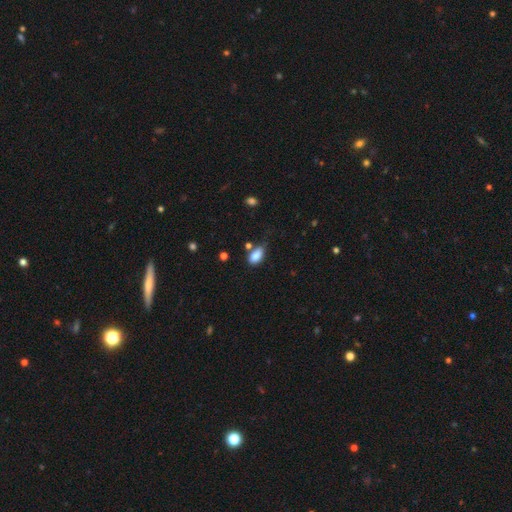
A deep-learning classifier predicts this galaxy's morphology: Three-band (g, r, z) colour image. It shows a smooth galaxy with no disk features (84%) that is in between round and cigar-shaped (91%). Merging: none (55%).